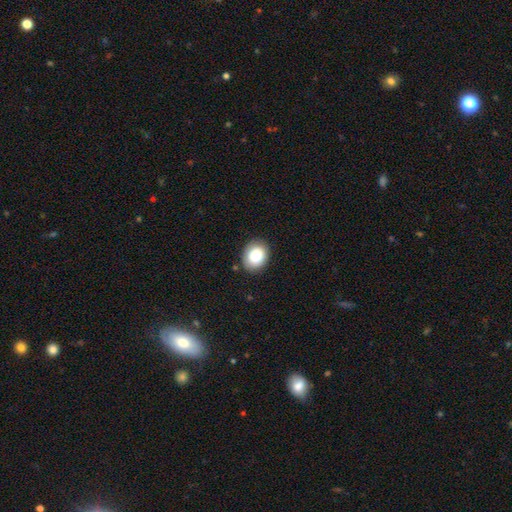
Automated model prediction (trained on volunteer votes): Q: Smooth or featured?
A: smooth (86%); runner-up: star or artifact (8%)
Q: How rounded?
A: in between (50%); tied with: round (50%)
Q: Merging?
A: none (86%); runner-up: minor disturbance (11%)